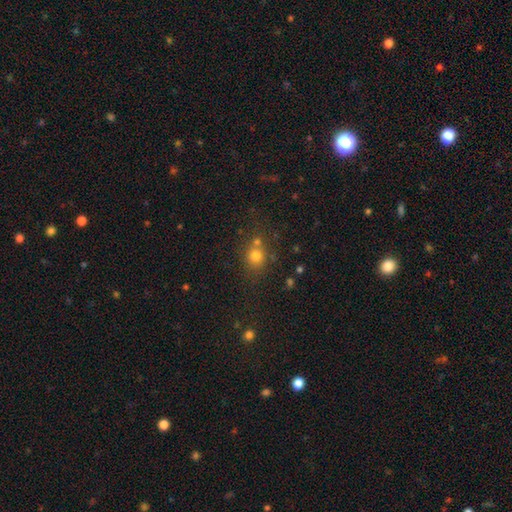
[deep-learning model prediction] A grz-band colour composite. It shows a smooth galaxy with no disk features (75%) that is round (82%). Merging: none (62%).